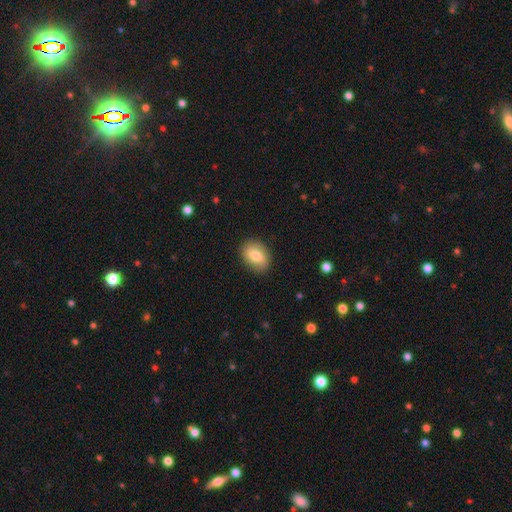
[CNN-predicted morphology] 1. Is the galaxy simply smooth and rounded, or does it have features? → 76% smooth, 16% featured or disk, 7% star or artifact.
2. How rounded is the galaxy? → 72% in between, 27% round, 1% cigar-shaped.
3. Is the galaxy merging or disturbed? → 86% none, 10% minor disturbance, 3% major disturbance, 1% merger.